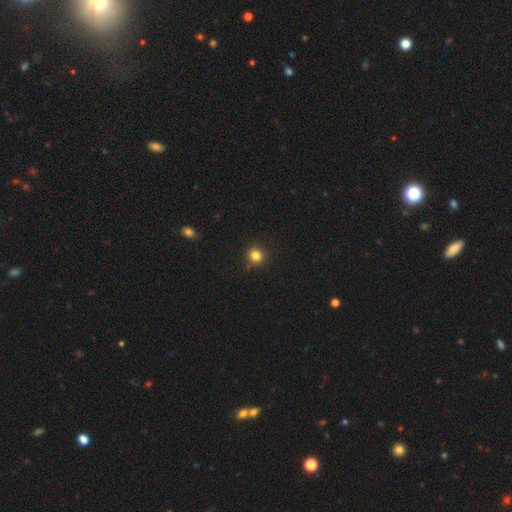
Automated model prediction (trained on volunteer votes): smooth-or-featured: smooth: 82% | star or artifact: 13% | featured or disk: 5%
  how-rounded: round: 89% | in between: 10% | cigar-shaped: 1%
  merging: none: 87% | minor disturbance: 9% | major disturbance: 2% | merger: 2%